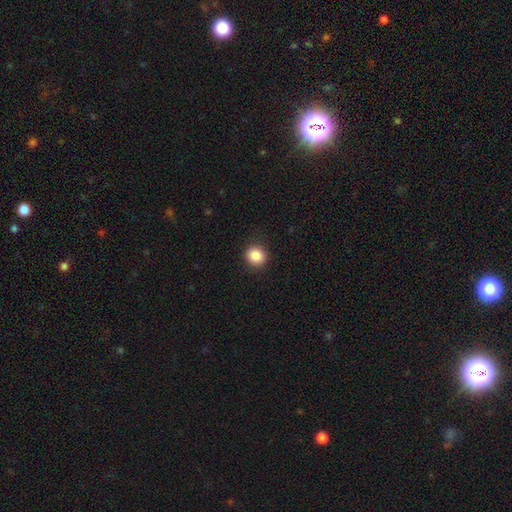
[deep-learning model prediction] smooth 87%, star or artifact 10%, featured or disk 4%. Down the decision tree: how rounded — round (87%); merging — none (91%).